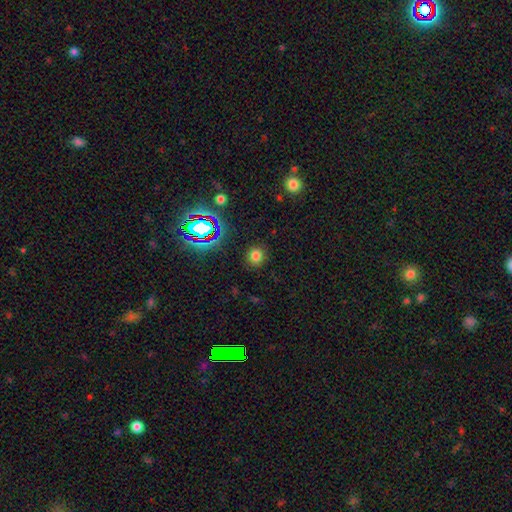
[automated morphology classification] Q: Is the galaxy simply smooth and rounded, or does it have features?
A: smooth — 74%.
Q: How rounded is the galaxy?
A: round — 84%.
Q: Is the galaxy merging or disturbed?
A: none — 88%.